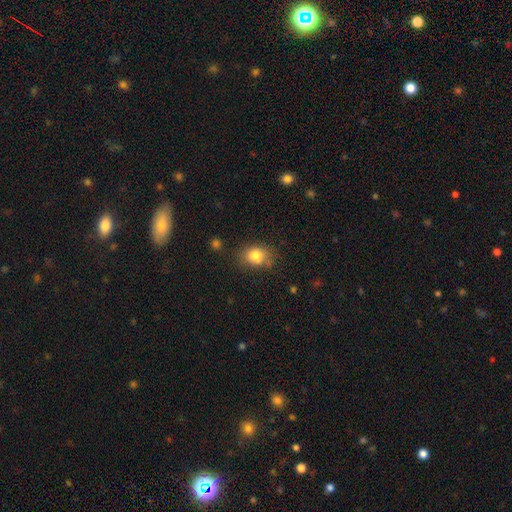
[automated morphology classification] smooth 83%, star or artifact 9%, featured or disk 8%. Down the decision tree: how rounded — in between (60%); merging — none (65%).